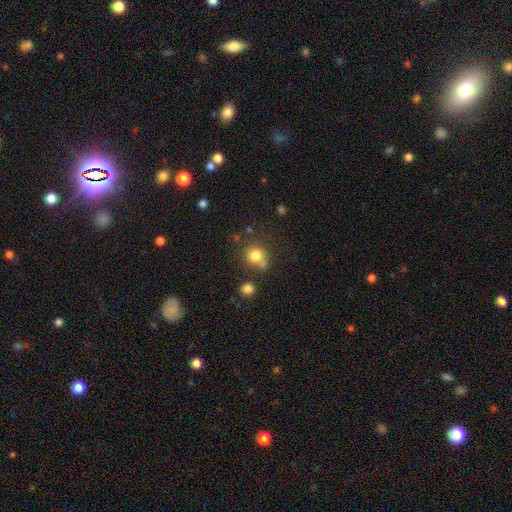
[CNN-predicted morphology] The model was most divided on "merging": none: 64%, merger: 18%, minor disturbance: 12%, major disturbance: 5%. More confident: how rounded — round (88%); smooth or featured — smooth (80%).